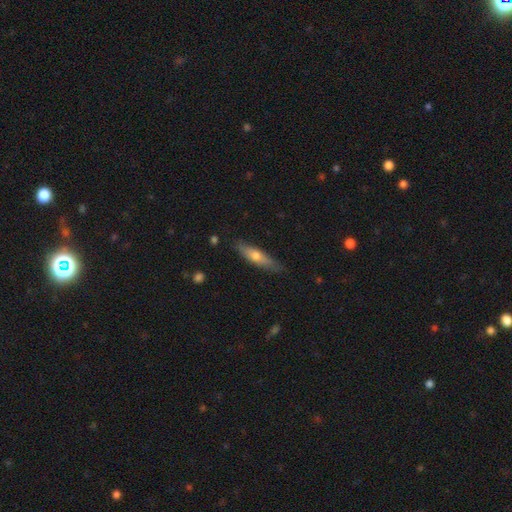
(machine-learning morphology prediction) smooth 55%, featured or disk 39%, star or artifact 6%. Down the decision tree: how rounded — cigar-shaped (74%); merging — none (81%).